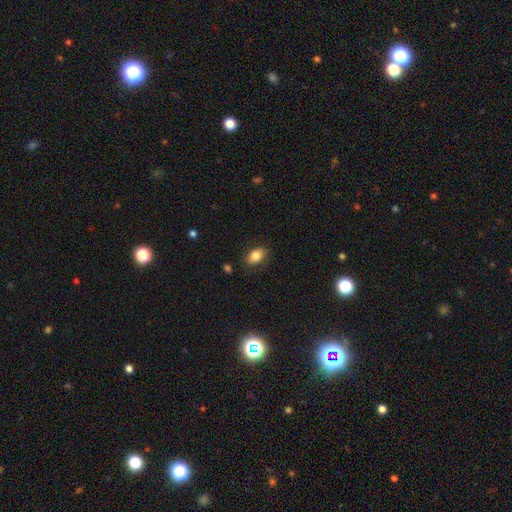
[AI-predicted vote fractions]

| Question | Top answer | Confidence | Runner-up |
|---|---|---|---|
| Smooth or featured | smooth | 83% | featured or disk (9%) |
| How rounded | in between | 87% | round (11%) |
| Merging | none | 83% | minor disturbance (12%) |